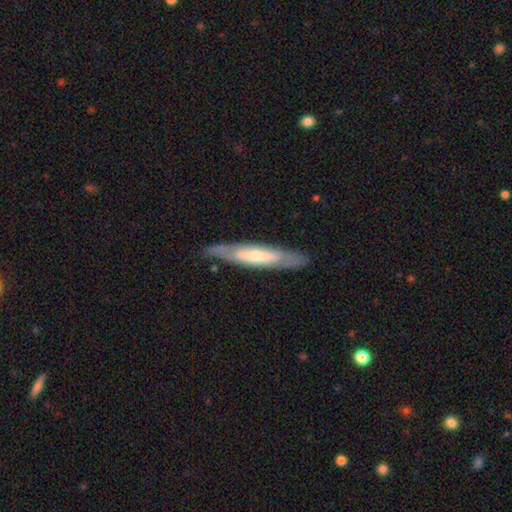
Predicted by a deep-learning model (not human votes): Smooth or featured: featured or disk — 59% (smooth — 36%)
Edge-on disk: yes — 65% (no — 35%)
Merging: none — 83% (minor disturbance — 13%)